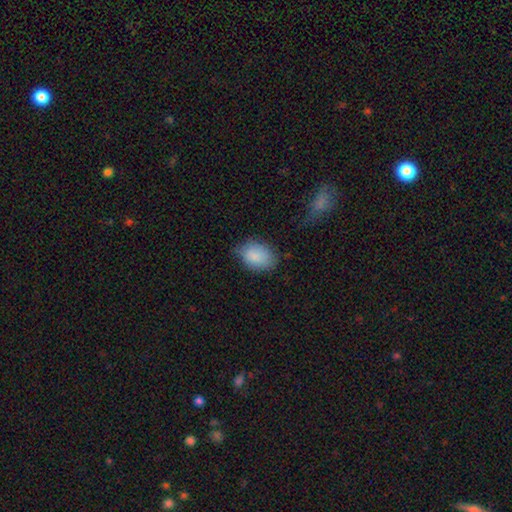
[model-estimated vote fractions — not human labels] Smooth or featured? smooth (87%)
How rounded? in between (80%)
Merging? none (67%)